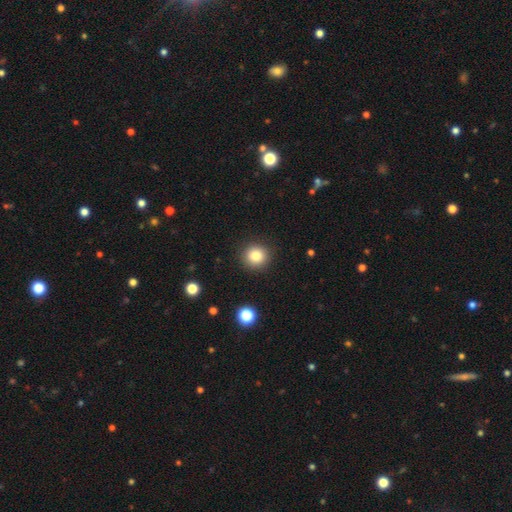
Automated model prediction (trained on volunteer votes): A smooth galaxy with no disk features (82%) that is round (93%). Merging: none (91%).